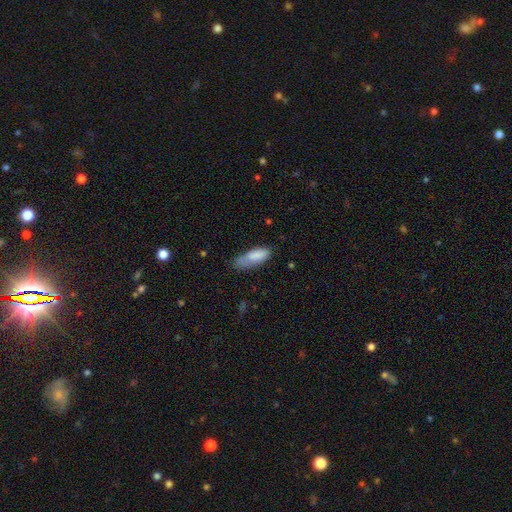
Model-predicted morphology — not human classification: Q: Smooth or featured?
A: smooth (83%); runner-up: featured or disk (10%)
Q: How rounded?
A: in between (62%); runner-up: cigar-shaped (36%)
Q: Merging?
A: none (41%); runner-up: minor disturbance (37%)